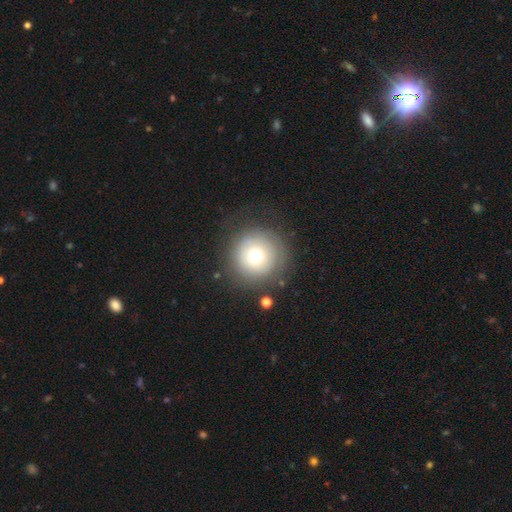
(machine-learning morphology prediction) smooth_or_featured: smooth (p=0.69) [alt: featured or disk p=0.19]
how_rounded: round (p=0.96) [alt: in between p=0.03]
merging: none (p=0.79) [alt: minor disturbance p=0.12]